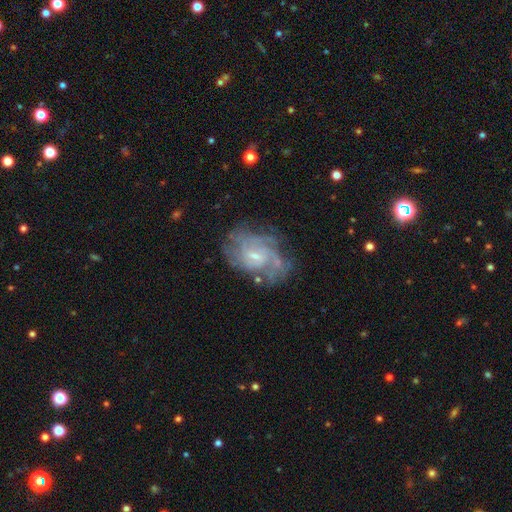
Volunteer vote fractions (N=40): Morphology: type=featured or disk (88%); edge-on=no (94%); bar=weak (55%); spiral arms=yes (85%); winding=medium (57%); arm count=3 (36%); bulge=small (52%); merging=none (63%).